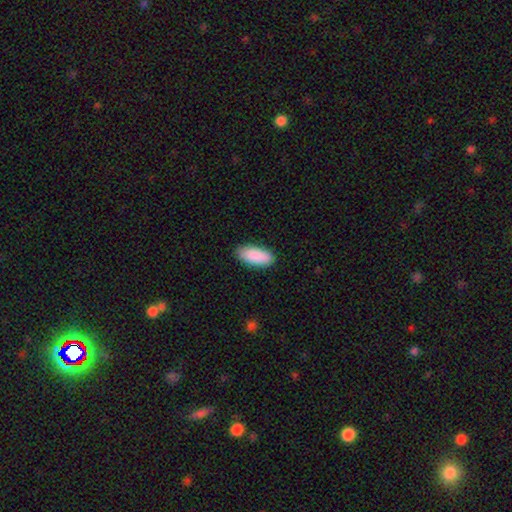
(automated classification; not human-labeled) smooth-or-featured: smooth: 90% | star or artifact: 6% | featured or disk: 4%
  how-rounded: in between: 88% | cigar-shaped: 10% | round: 2%
  merging: none: 87% | minor disturbance: 10% | major disturbance: 2% | merger: 1%